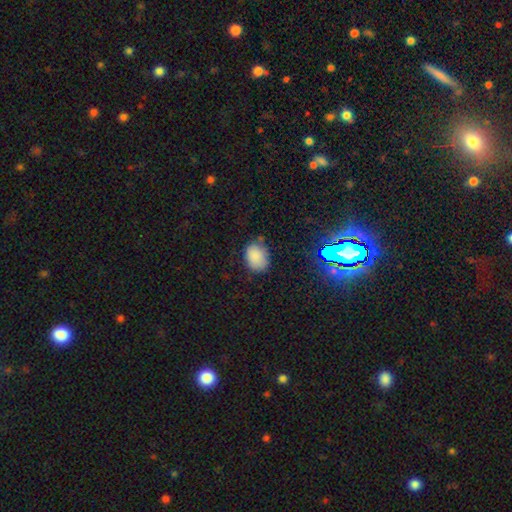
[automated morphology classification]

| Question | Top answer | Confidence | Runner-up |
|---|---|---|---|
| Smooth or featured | smooth | 84% | star or artifact (11%) |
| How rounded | in between | 66% | round (33%) |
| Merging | none | 72% | minor disturbance (20%) |